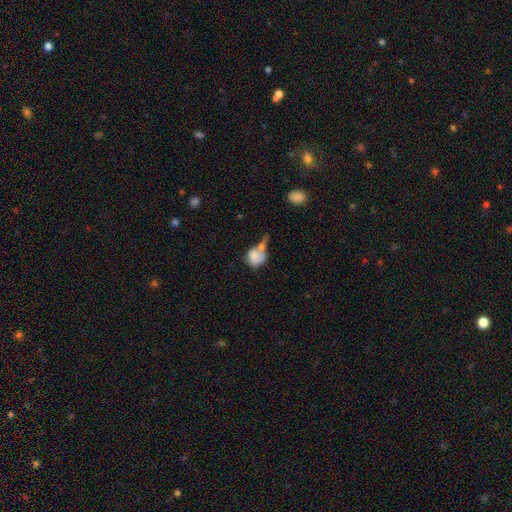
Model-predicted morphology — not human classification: Smooth or featured?
  - smooth: 73% *
  - featured or disk: 18%
  - star or artifact: 9%
How rounded?
  - round: 55% *
  - in between: 43%
  - cigar-shaped: 2%
Merging?
  - merger: 42% *
  - major disturbance: 22%
  - none: 20%
  - minor disturbance: 16%